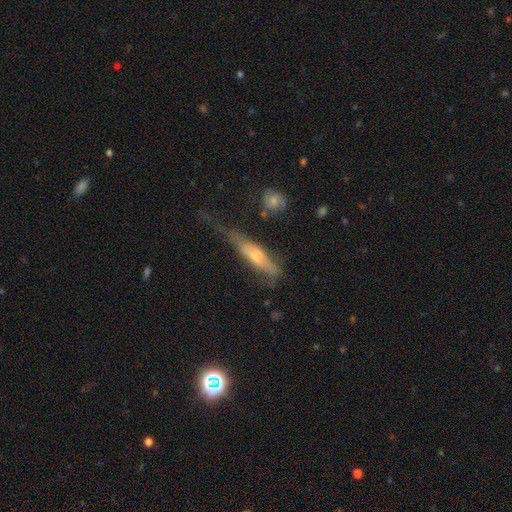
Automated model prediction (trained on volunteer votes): smooth_or_featured: featured or disk (p=0.49) [alt: smooth p=0.42]
merging: major disturbance (p=0.35) [alt: minor disturbance p=0.30]